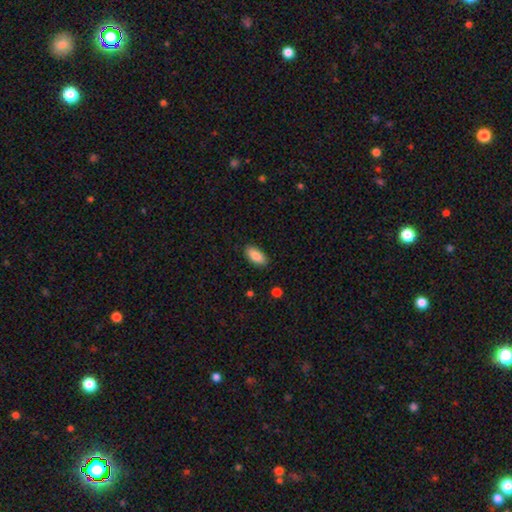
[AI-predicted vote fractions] A smooth galaxy with no disk features (87%) that is in between round and cigar-shaped (90%). Merging: none (88%).